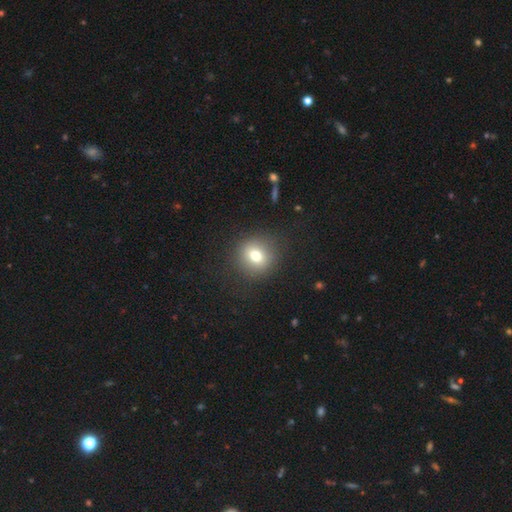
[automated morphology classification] Q: Smooth or featured?
A: smooth (73%); runner-up: featured or disk (14%)
Q: How rounded?
A: round (86%); runner-up: in between (13%)
Q: Merging?
A: none (88%); runner-up: minor disturbance (7%)